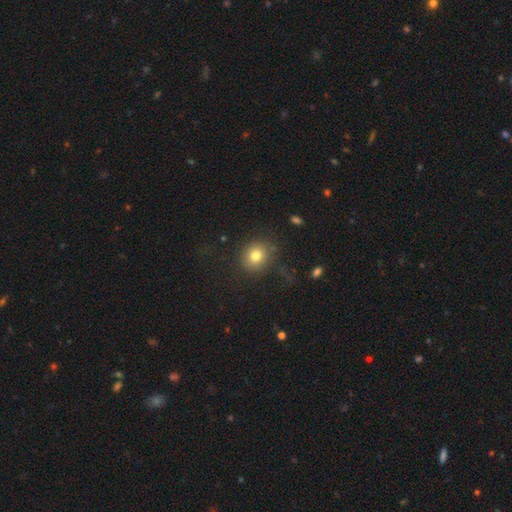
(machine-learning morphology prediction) The model was most divided on "how rounded": round: 81%, in between: 18%, cigar-shaped: 1%. More confident: smooth or featured — smooth (79%); merging — none (77%).